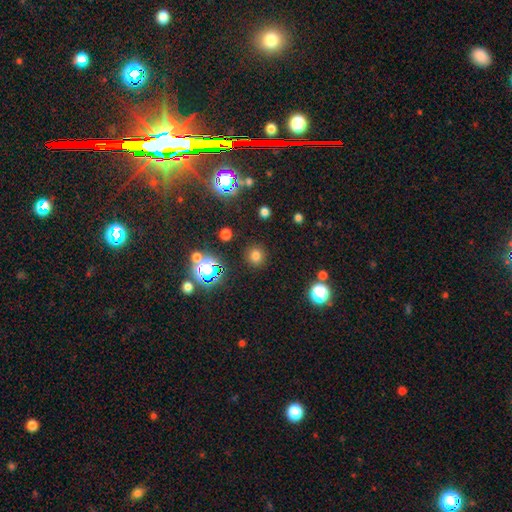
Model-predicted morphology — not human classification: A smooth galaxy with no disk features (72%) that is round (91%). Merging: none (89%).